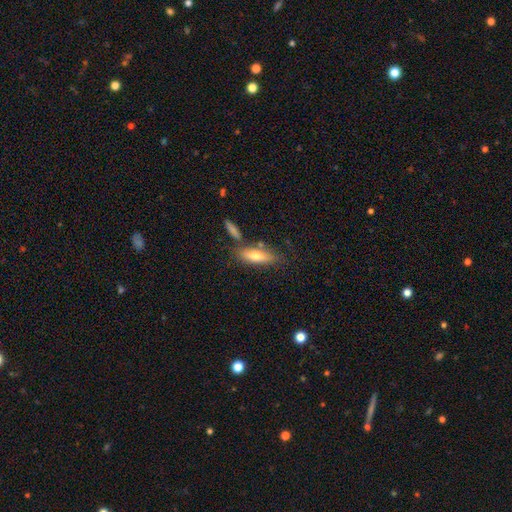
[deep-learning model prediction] Smooth or featured?
  - smooth: 67% *
  - featured or disk: 26%
  - star or artifact: 7%
How rounded?
  - in between: 56% *
  - cigar-shaped: 41%
  - round: 3%
Merging?
  - none: 65% *
  - minor disturbance: 15%
  - merger: 15%
  - major disturbance: 5%